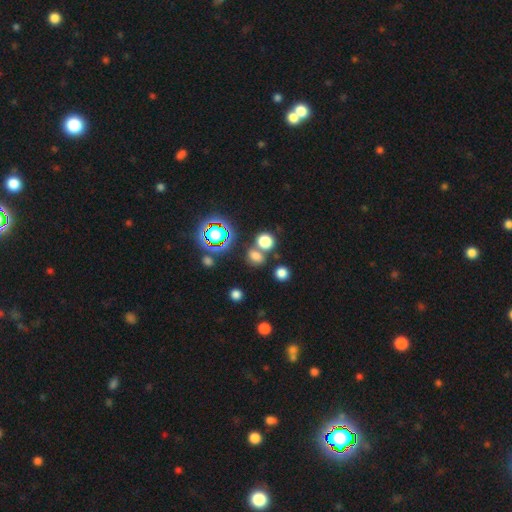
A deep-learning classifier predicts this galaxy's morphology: smooth_or_featured: smooth (p=0.66) [alt: star or artifact p=0.25]
how_rounded: round (p=0.54) [alt: in between p=0.44]
merging: none (p=0.61) [alt: merger p=0.24]